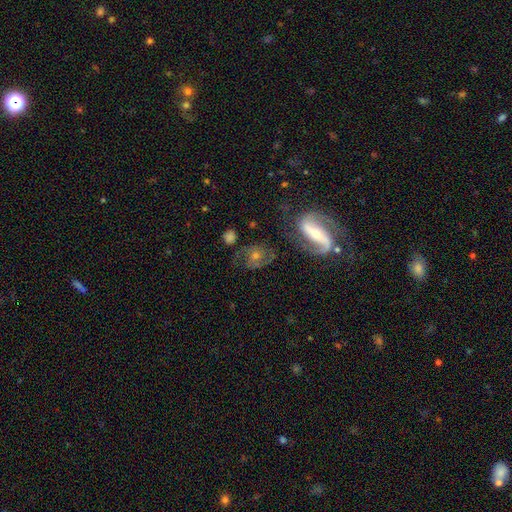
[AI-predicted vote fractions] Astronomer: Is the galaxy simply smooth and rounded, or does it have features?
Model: featured or disk — 74%.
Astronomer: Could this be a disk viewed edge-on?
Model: no — 94%.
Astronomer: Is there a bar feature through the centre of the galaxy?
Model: no — 41% (runner-up: weak, 31%).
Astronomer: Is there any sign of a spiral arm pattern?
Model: yes — 91%.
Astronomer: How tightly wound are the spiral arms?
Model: medium — 49% (runner-up: loose, 28%).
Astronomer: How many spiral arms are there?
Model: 2 — 85%.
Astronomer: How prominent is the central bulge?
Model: moderate — 49% (runner-up: small, 42%).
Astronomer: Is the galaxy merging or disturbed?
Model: none — 65%.